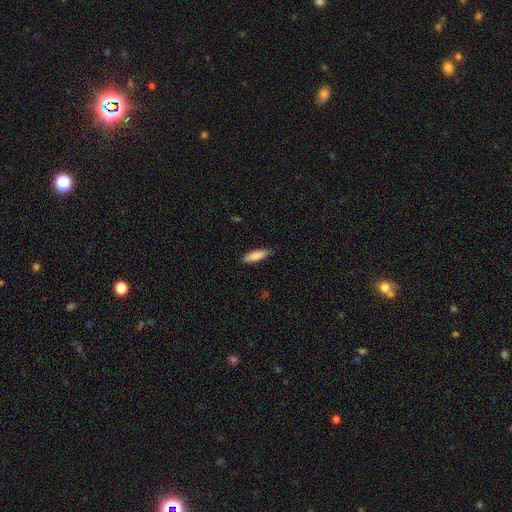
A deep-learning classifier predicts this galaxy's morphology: Smooth or featured: smooth — 85% (featured or disk — 9%)
How rounded: cigar-shaped — 56% (in between — 43%)
Merging: none — 87% (minor disturbance — 10%)